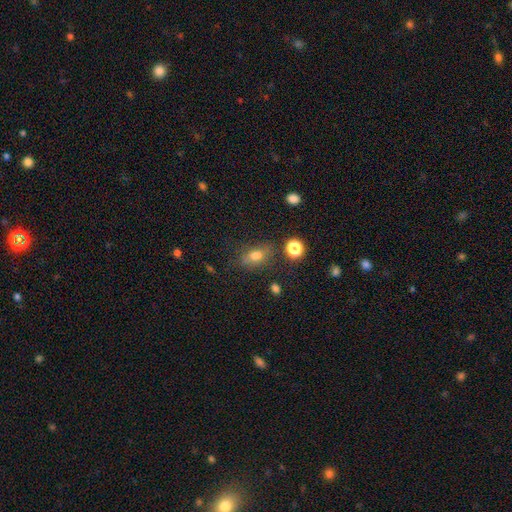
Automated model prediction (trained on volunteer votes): A smooth galaxy with no disk features (68%) that is in between round and cigar-shaped (72%).

Vote fractions:
- Smooth or featured? smooth: 68% / star or artifact: 18% / featured or disk: 14%
- How rounded? in between: 72% / round: 22% / cigar-shaped: 6%
- Merging? none: 71% / minor disturbance: 17% / merger: 7% / major disturbance: 6%